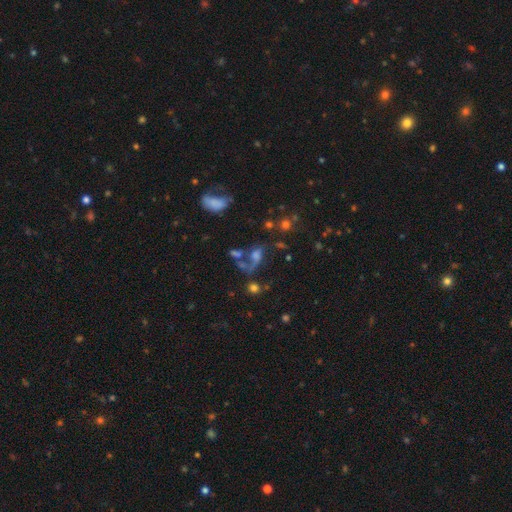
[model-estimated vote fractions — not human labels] A smooth galaxy with no disk features (38%, tied with featured or disk).

Vote fractions:
- Smooth or featured? smooth: 38% (tied) / featured or disk: 38% (tied) / star or artifact: 25%
- Merging? none: 31% / merger: 29% / major disturbance: 26% / minor disturbance: 13%